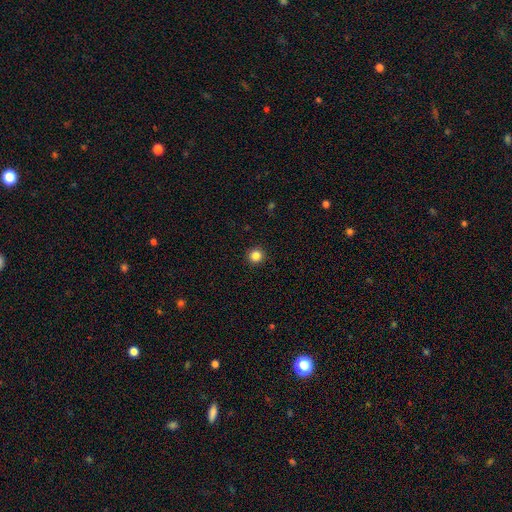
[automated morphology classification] Overall: smooth (85%). How rounded: round (96%). Merging: none (93%).